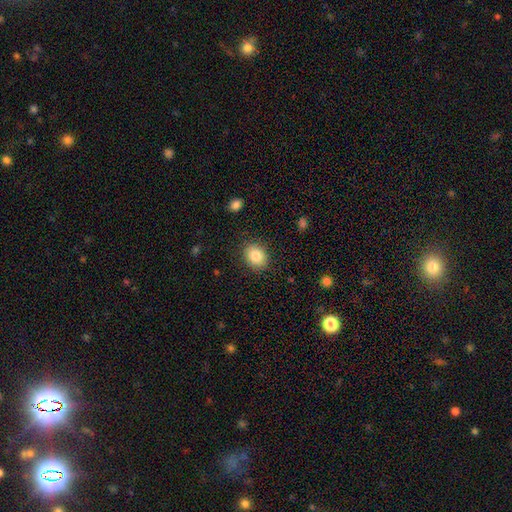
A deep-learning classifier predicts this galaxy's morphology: This appears to be a smooth galaxy with no disk features (86%) that is in between round and cigar-shaped (56%). Merging: none (86%).